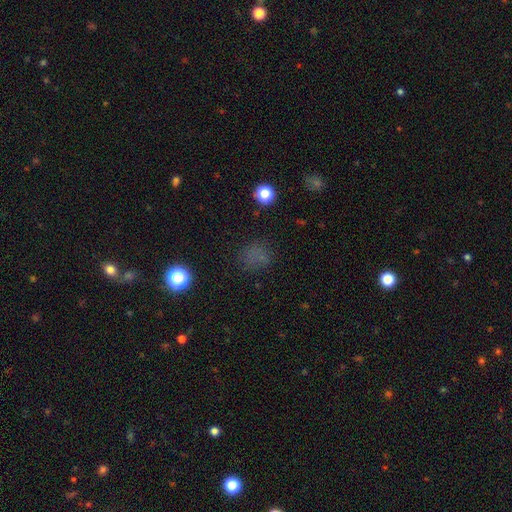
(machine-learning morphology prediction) Overall: smooth (61%; star or artifact 31%). How rounded: round (77%). Merging: none (76%).